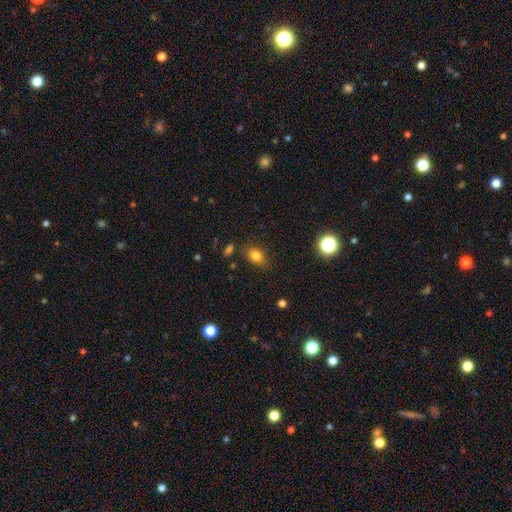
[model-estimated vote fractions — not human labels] Q: Smooth or featured?
A: smooth (80%); runner-up: star or artifact (12%)
Q: How rounded?
A: in between (68%); runner-up: round (30%)
Q: Merging?
A: none (78%); runner-up: minor disturbance (16%)